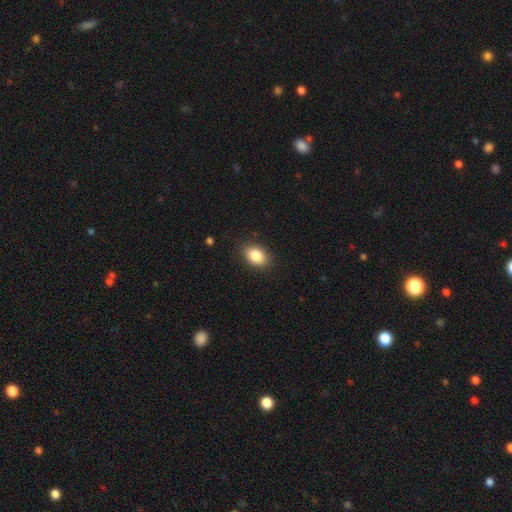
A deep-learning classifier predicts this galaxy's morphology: A smooth galaxy with no disk features (86%) that is in between round and cigar-shaped (79%).

Vote fractions:
- Smooth or featured? smooth: 86% / star or artifact: 8% / featured or disk: 6%
- How rounded? in between: 79% / round: 20% / cigar-shaped: 1%
- Merging? none: 86% / minor disturbance: 10% / major disturbance: 3% / merger: 1%